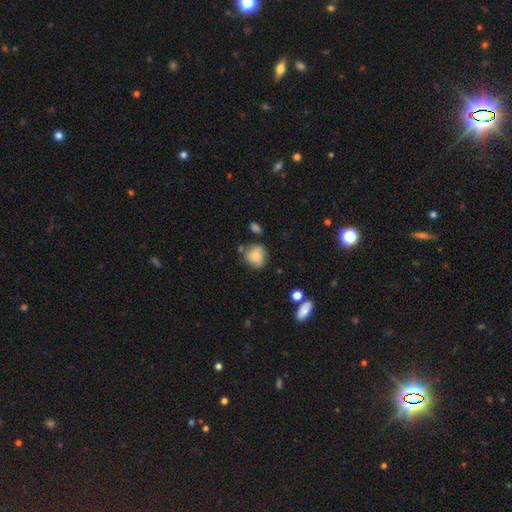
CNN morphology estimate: The model was most divided on "merging": none: 60%, minor disturbance: 27%, merger: 7%, major disturbance: 7%. More confident: how rounded — round (75%); smooth or featured — smooth (71%).